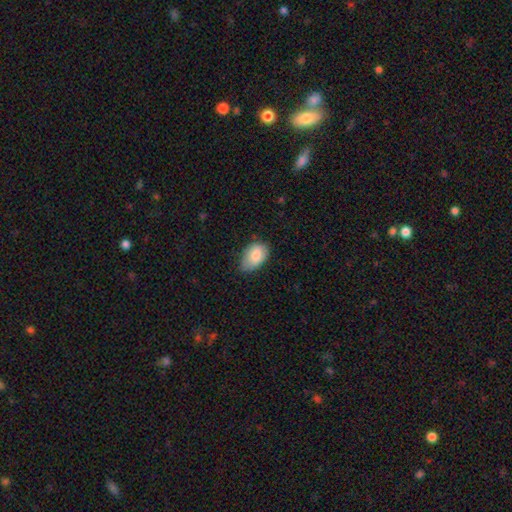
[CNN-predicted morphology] A smooth galaxy with no disk features (83%) that is in between round and cigar-shaped (91%).

Vote fractions:
- Smooth or featured? smooth: 83% / featured or disk: 11% / star or artifact: 7%
- How rounded? in between: 91% / round: 8% / cigar-shaped: 1%
- Merging? none: 58% / minor disturbance: 35% / major disturbance: 5% / merger: 1%